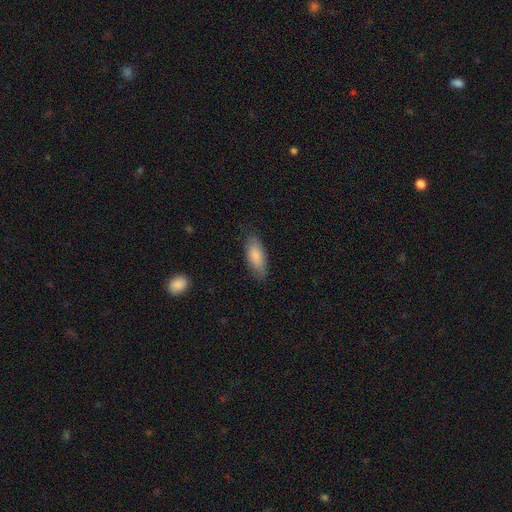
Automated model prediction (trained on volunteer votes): smooth-or-featured: smooth: 85% | featured or disk: 10% | star or artifact: 6%
  how-rounded: in between: 78% | cigar-shaped: 20% | round: 2%
  merging: none: 81% | minor disturbance: 15% | major disturbance: 3% | merger: 1%